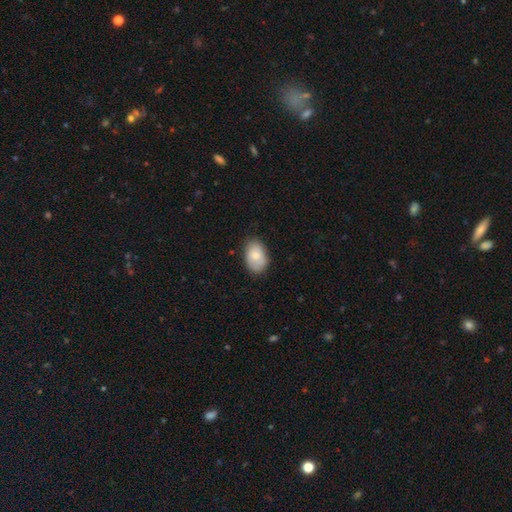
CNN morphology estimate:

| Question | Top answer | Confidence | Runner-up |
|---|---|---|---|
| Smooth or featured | smooth | 77% | featured or disk (17%) |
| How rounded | in between | 86% | round (13%) |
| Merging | none | 76% | minor disturbance (19%) |